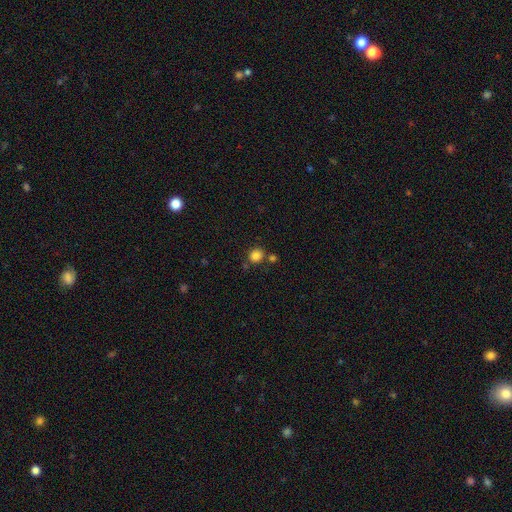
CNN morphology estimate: smooth 84%, star or artifact 12%, featured or disk 4%. Down the decision tree: how rounded — round (83%); merging — none (73%).